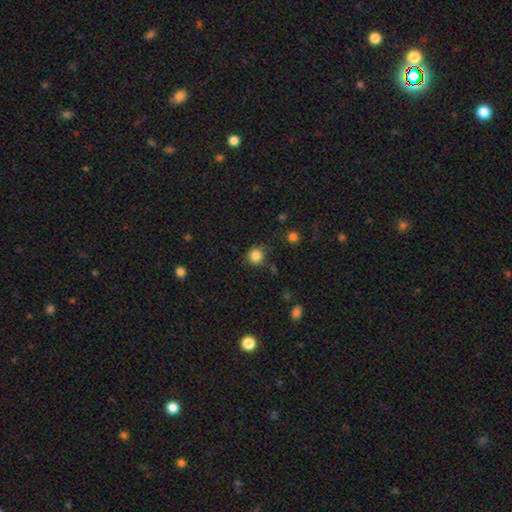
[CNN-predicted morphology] The model was most divided on "merging": none: 80%, minor disturbance: 13%, major disturbance: 4%, merger: 4%. More confident: how rounded — round (90%); smooth or featured — smooth (84%).